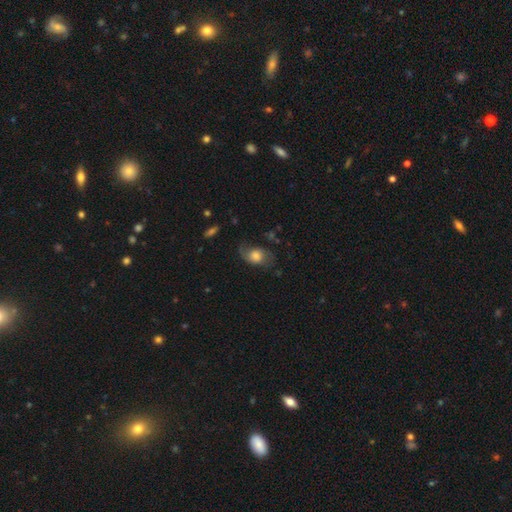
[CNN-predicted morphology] This appears to be a smooth galaxy with no disk features (47%). Merging: none (58%).